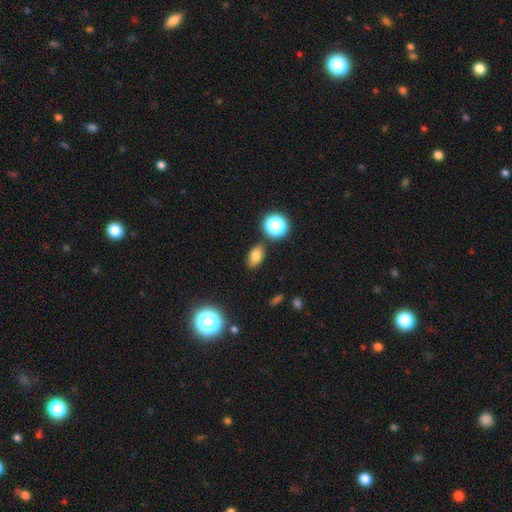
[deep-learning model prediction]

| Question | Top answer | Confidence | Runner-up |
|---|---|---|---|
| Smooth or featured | smooth | 76% | star or artifact (15%) |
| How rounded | in between | 83% | round (14%) |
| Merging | none | 82% | minor disturbance (11%) |